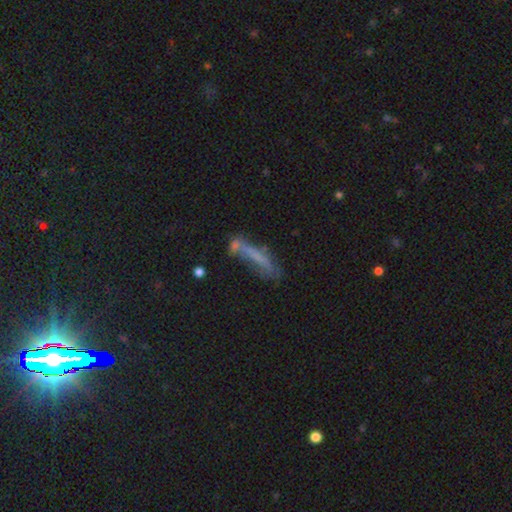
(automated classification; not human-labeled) smooth 49%, featured or disk 36%, star or artifact 15%. Down the decision tree: merging — none (42%).